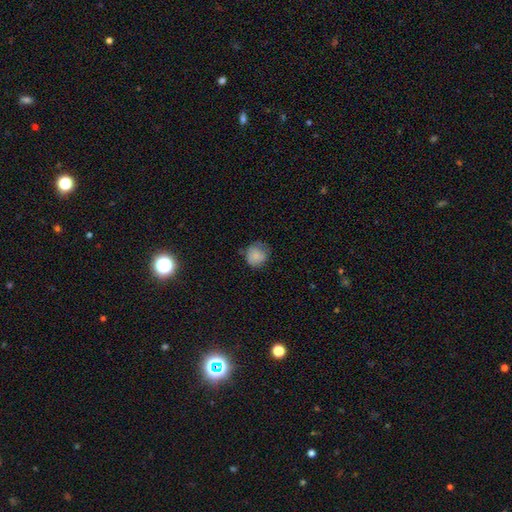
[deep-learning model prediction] This is clearly a smooth galaxy (81%). How rounded: clearly round (85%). Merging: likely none (63%).